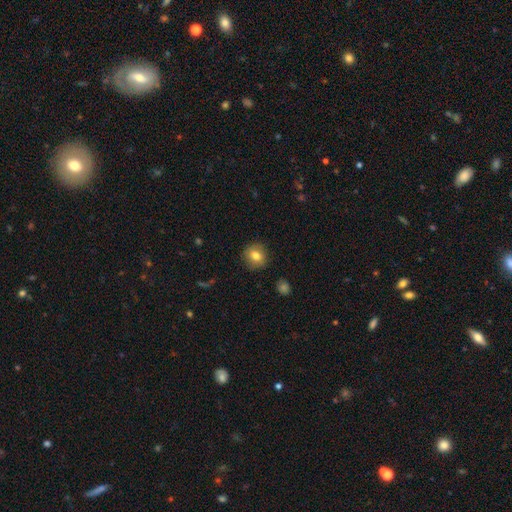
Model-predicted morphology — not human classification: This appears to be a smooth galaxy with no disk features (79%) that is round (83%). Merging: none (88%).